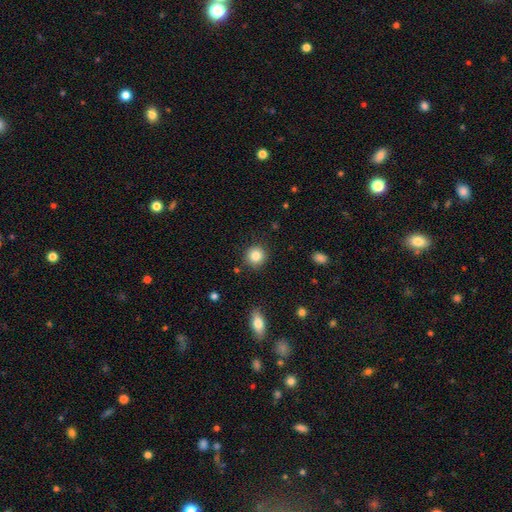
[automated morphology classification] Smooth or featured? Predicted: smooth (p=0.85). How rounded? Predicted: round (p=0.91). Merging? Predicted: none (p=0.87).